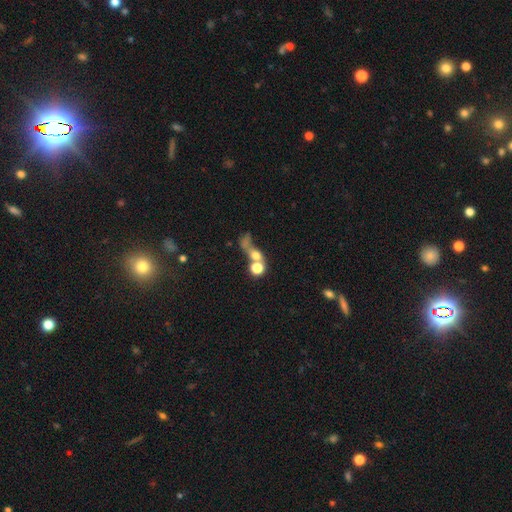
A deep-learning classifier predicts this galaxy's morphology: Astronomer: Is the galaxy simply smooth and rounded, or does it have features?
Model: smooth — 59%.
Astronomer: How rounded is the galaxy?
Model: round — 66%.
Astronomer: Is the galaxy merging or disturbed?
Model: merger — 50%.